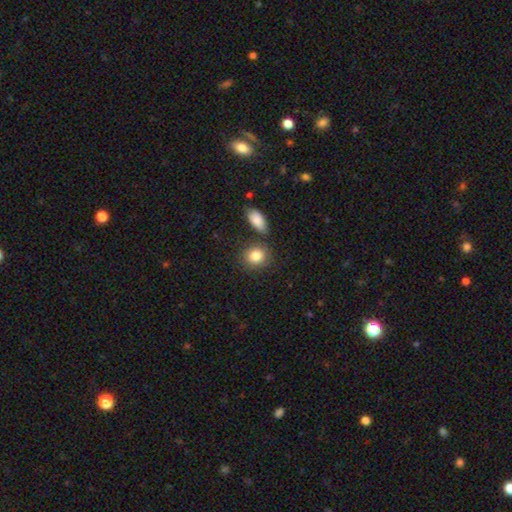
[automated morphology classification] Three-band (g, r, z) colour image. It shows a smooth galaxy with no disk features (85%) that is round (68%). Merging: none (75%).